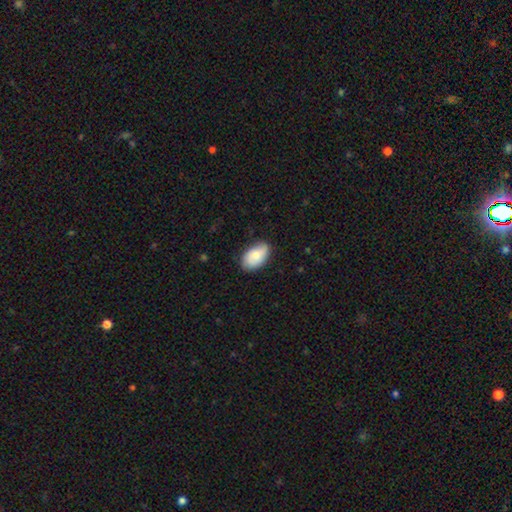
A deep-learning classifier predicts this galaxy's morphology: Smooth or featured? smooth (72%)
How rounded? in between (92%)
Merging? none (77%)